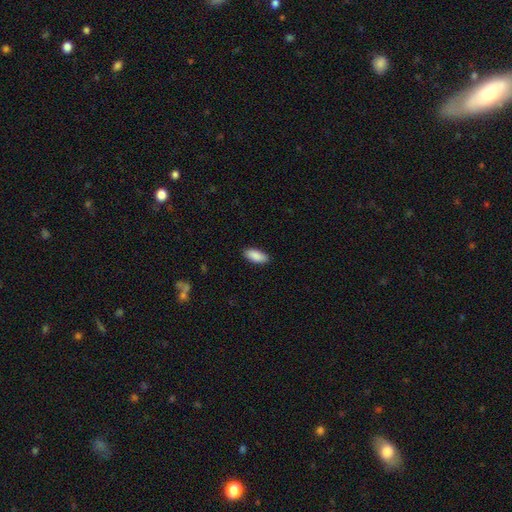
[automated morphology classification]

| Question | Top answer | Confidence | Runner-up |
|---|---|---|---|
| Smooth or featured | smooth | 90% | star or artifact (6%) |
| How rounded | in between | 87% | cigar-shaped (11%) |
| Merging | none | 88% | minor disturbance (9%) |